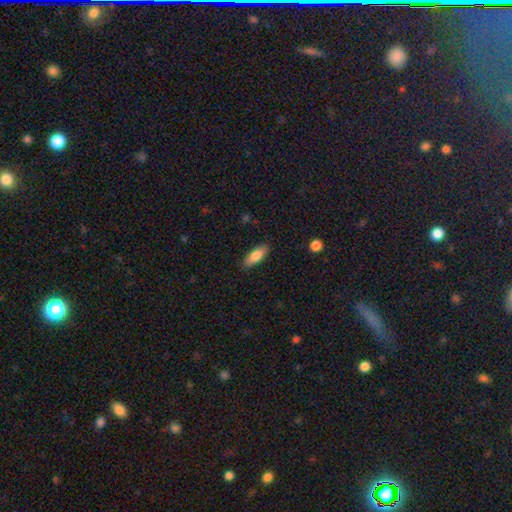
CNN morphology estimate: The model was most divided on "how rounded": in between: 72%, cigar-shaped: 26%, round: 2%. More confident: merging — none (87%); smooth or featured — smooth (82%).